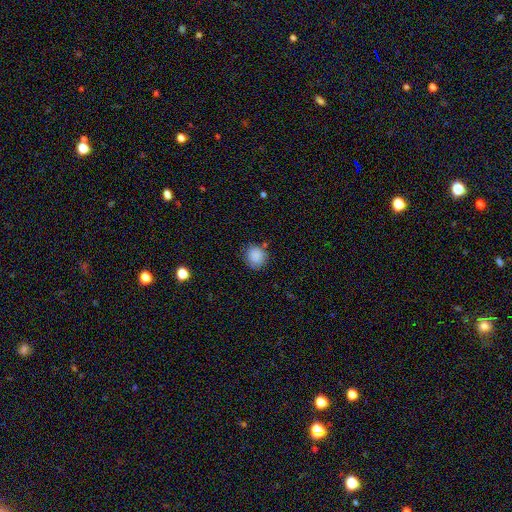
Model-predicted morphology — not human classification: Overall: smooth (87%). How rounded: round (83%). Merging: none (77%).